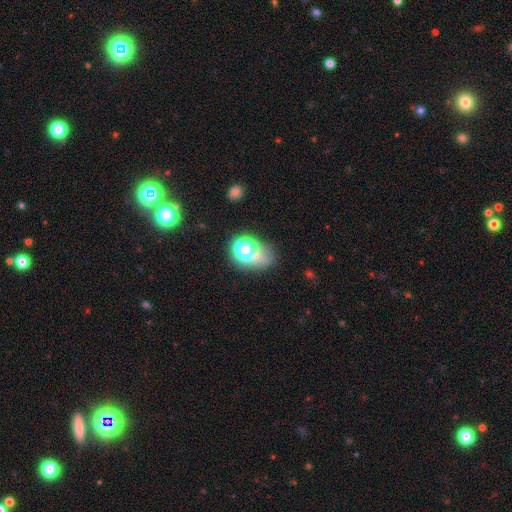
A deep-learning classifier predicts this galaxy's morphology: Q: Smooth or featured?
A: smooth (51%); runner-up: star or artifact (30%)
Q: How rounded?
A: in between (50%); runner-up: round (48%)
Q: Merging?
A: none (47%); runner-up: major disturbance (22%)